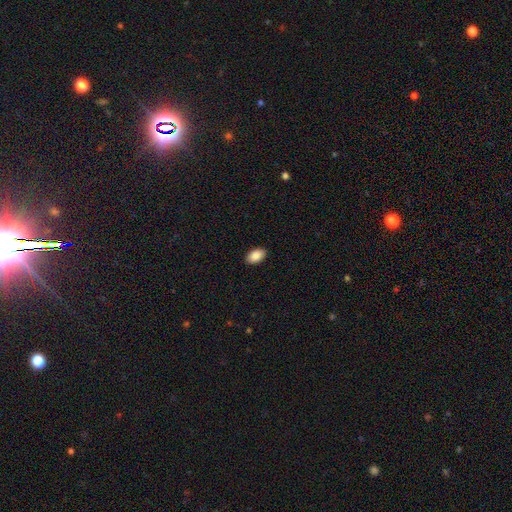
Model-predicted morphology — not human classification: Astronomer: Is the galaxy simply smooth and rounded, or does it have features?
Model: smooth — 89%.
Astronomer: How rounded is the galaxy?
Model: in between — 93%.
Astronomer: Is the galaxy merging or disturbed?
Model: none — 90%.